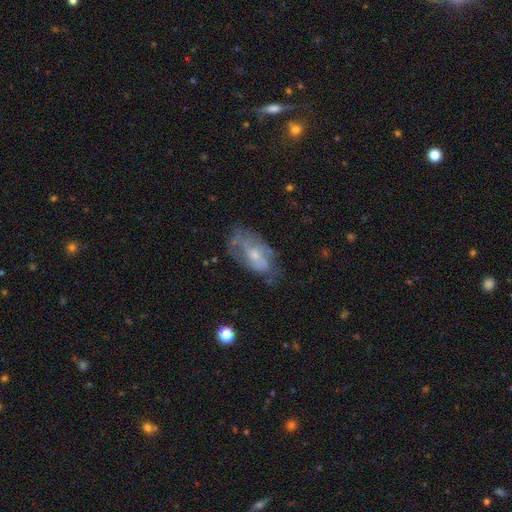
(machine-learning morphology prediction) Smooth or featured?
  - featured or disk: 63% *
  - smooth: 29%
  - star or artifact: 8%
Edge-on disk?
  - no: 94% *
  - yes: 6%
Bar?
  - no: 70% *
  - weak: 25%
  - strong: 4%
Spiral arms?
  - yes: 65% *
  - no: 35%
Bulge size?
  - small: 55% *
  - moderate: 36%
  - none: 6%
  - large: 2%
  - dominant: 1%
Merging?
  - none: 52% *
  - minor disturbance: 27%
  - major disturbance: 18%
  - merger: 3%